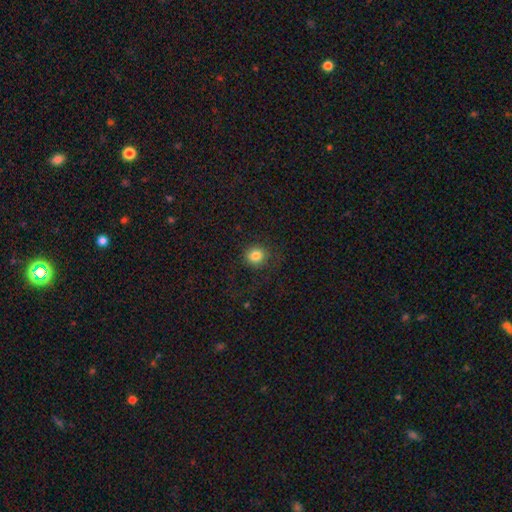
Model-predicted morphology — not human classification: smooth 83%, star or artifact 11%, featured or disk 6%. Down the decision tree: how rounded — round (87%); merging — none (82%).